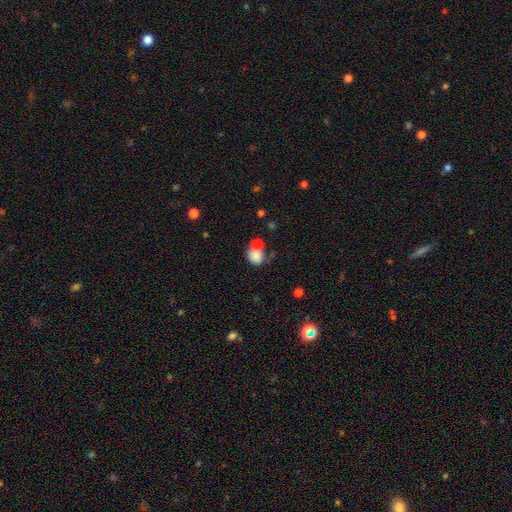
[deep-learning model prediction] Q: Smooth or featured?
A: smooth (80%); runner-up: star or artifact (10%)
Q: How rounded?
A: round (63%); runner-up: in between (36%)
Q: Merging?
A: merger (42%); runner-up: none (39%)